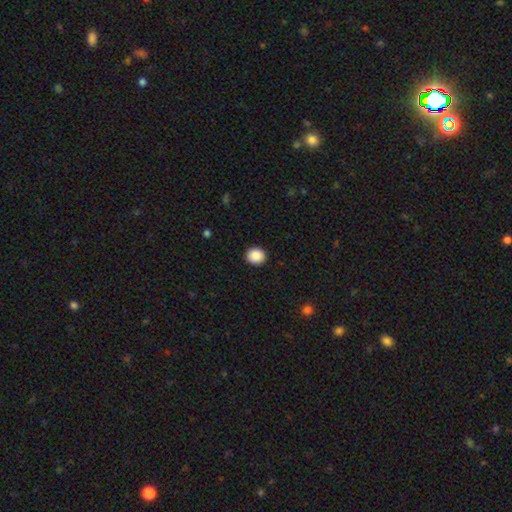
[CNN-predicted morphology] Smooth or featured: smooth — 89% (star or artifact — 8%)
How rounded: round — 81% (in between — 18%)
Merging: none — 92% (minor disturbance — 5%)